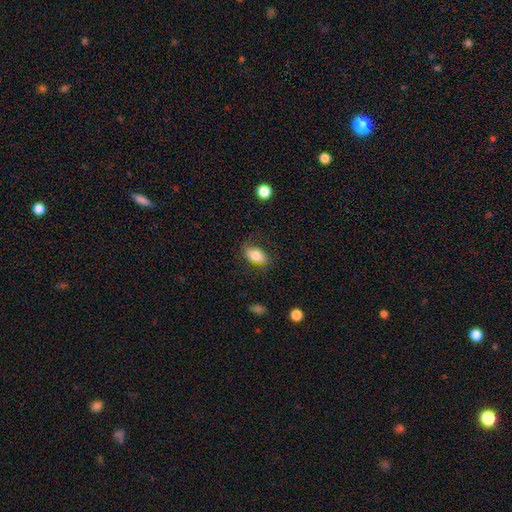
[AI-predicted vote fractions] This appears to be a smooth galaxy with no disk features (79%) that is in between round and cigar-shaped (89%). Merging: none (75%).